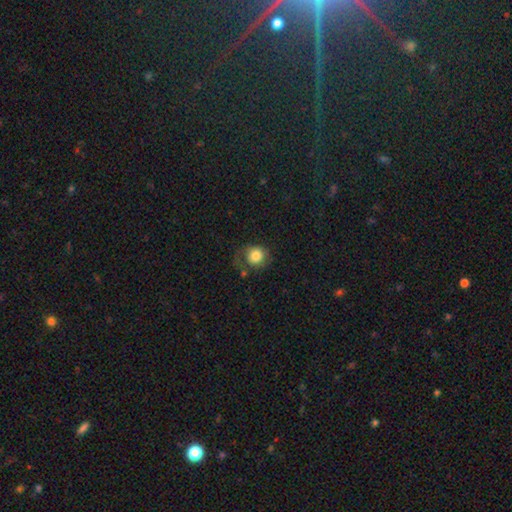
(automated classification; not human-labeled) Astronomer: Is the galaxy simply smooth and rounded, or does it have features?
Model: smooth — 81%.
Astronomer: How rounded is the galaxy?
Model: round — 81%.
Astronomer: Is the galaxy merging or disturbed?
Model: none — 52%.